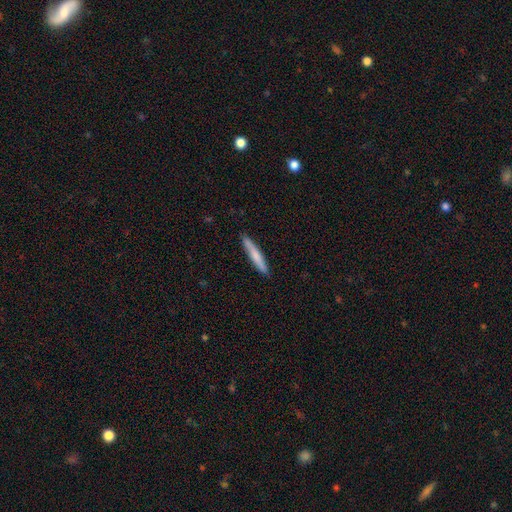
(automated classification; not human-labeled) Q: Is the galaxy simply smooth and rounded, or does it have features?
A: smooth — 70%.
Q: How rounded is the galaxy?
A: cigar-shaped — 94%.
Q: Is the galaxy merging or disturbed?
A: none — 90%.